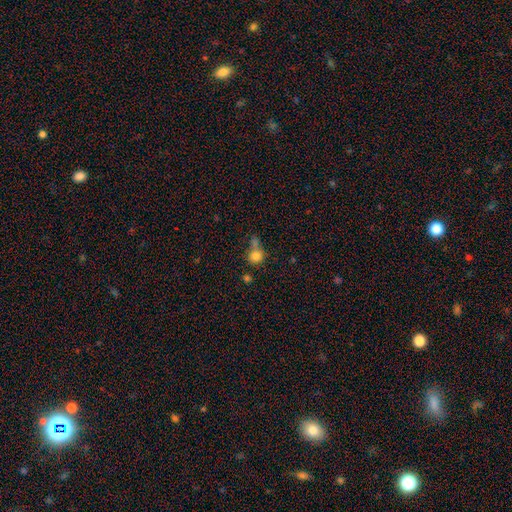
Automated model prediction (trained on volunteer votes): Smooth or featured? Predicted: smooth (p=0.80). How rounded? Predicted: round (p=0.82). Merging? Predicted: none (p=0.41).